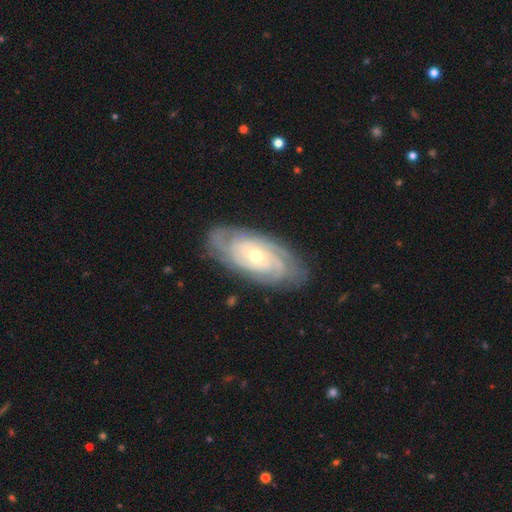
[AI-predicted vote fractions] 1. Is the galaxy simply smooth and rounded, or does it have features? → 88% featured or disk, 7% smooth, 5% star or artifact.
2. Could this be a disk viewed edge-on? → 94% no, 6% yes.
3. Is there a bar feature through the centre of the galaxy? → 70% no, 23% weak, 7% strong.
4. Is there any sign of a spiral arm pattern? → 97% yes, 3% no.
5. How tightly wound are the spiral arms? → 79% tight, 18% medium, 3% loose.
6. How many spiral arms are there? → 28% 3, 23% can't tell, 21% 4, 16% 2, 7% more than 4, 5% 1.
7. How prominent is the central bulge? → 50% small, 47% moderate, 2% large, 1% none, 1% dominant.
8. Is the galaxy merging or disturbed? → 82% none, 14% minor disturbance, 3% major disturbance, 1% merger.